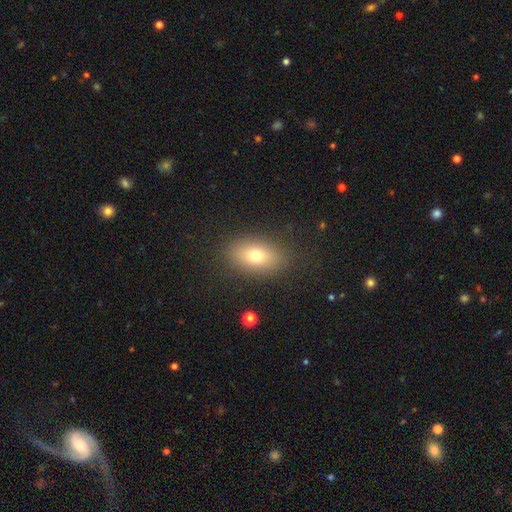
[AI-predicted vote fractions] smooth-or-featured: smooth: 74% | featured or disk: 15% | star or artifact: 11%
  how-rounded: in between: 83% | round: 15% | cigar-shaped: 2%
  merging: none: 85% | minor disturbance: 9% | major disturbance: 4% | merger: 1%